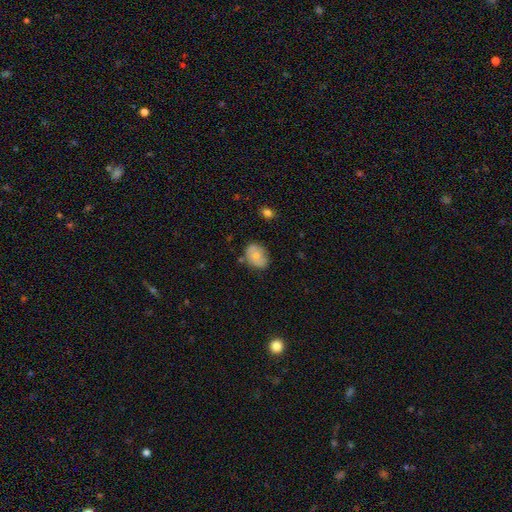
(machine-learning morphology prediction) This appears to be a smooth galaxy with no disk features (64%) that is in between round and cigar-shaped (64%). Merging: none (67%).